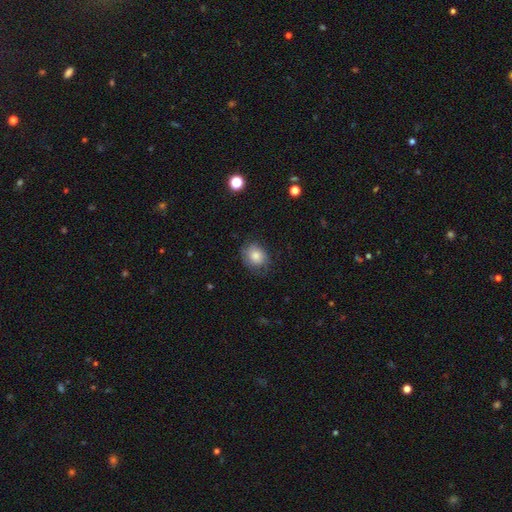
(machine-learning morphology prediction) type=smooth (78%); roundness=round (58%); merging=none (68%).